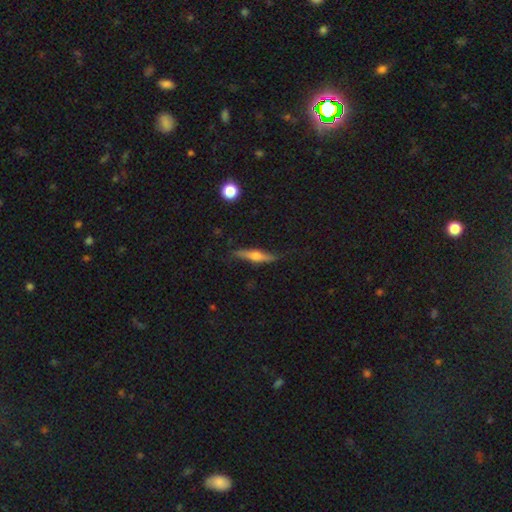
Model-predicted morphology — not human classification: Q: Smooth or featured?
A: featured or disk (59%); runner-up: smooth (35%)
Q: Edge-on disk?
A: yes (94%); runner-up: no (6%)
Q: Edge-on bulge?
A: rounded (91%); runner-up: none (4%)
Q: Merging?
A: none (79%); runner-up: minor disturbance (16%)